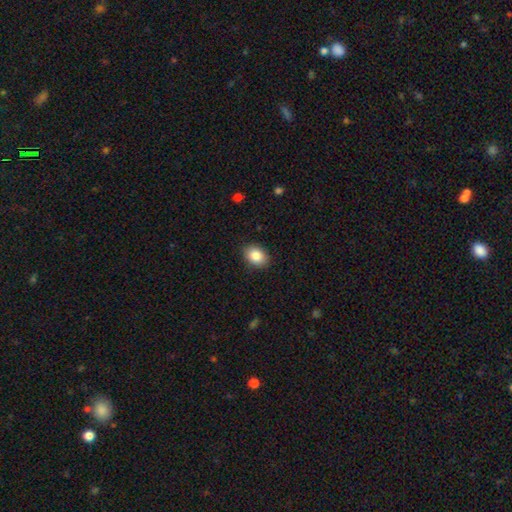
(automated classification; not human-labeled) smooth_or_featured: smooth (p=0.86) [alt: star or artifact p=0.08]
how_rounded: in between (p=0.67) [alt: round p=0.33]
merging: none (p=0.88) [alt: minor disturbance p=0.09]